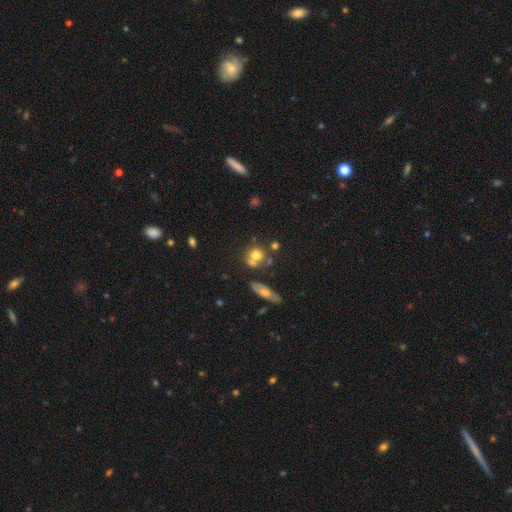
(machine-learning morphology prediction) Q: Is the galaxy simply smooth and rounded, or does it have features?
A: smooth — 69%.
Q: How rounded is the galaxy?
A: round — 75%.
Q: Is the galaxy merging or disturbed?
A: none — 48%.